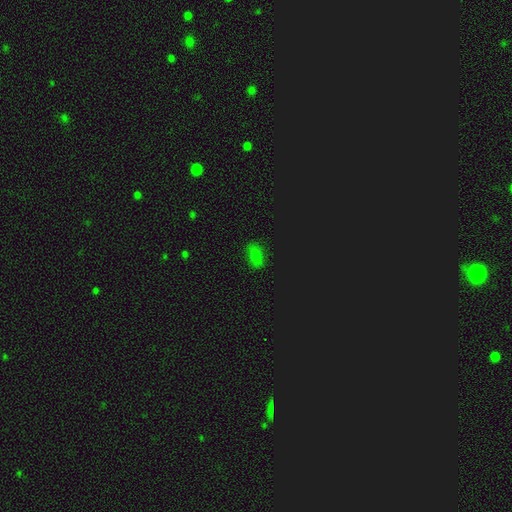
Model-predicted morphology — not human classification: Overall: smooth (67%). How rounded: in between (84%). Merging: none (79%).